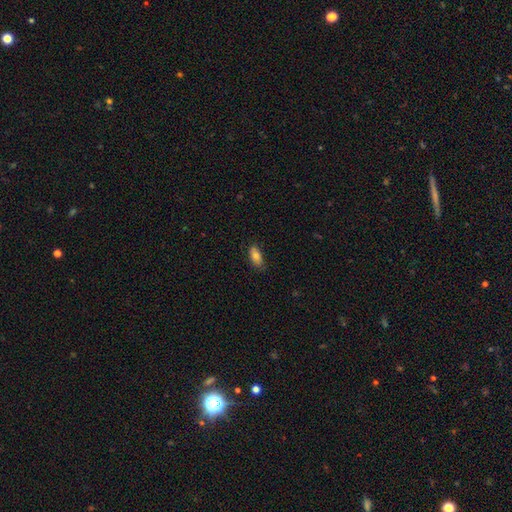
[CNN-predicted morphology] Smooth or featured? smooth (79%)
How rounded? in between (88%)
Merging? none (77%)